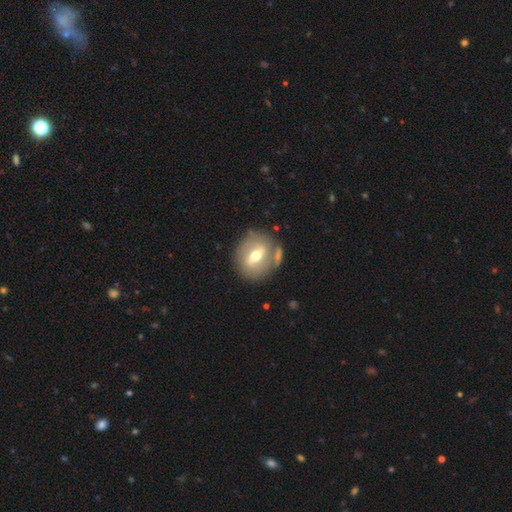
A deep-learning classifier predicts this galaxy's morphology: type=featured or disk (51%); edge-on=no (80%); merging=none (69%).